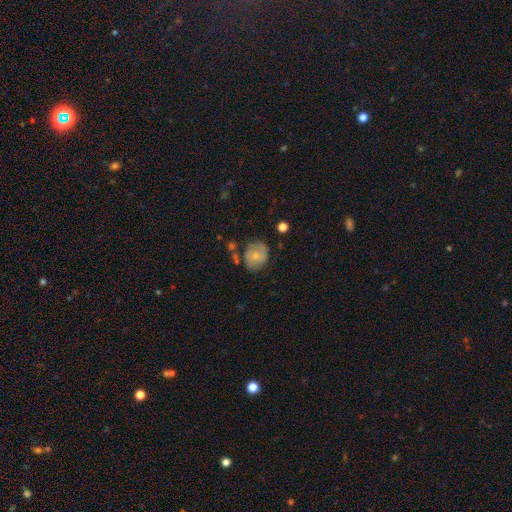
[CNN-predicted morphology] type=smooth (61%); roundness=round (65%); merging=none (63%).